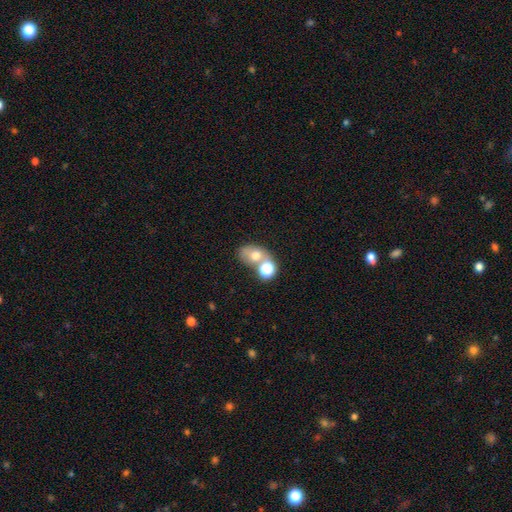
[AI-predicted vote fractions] A smooth galaxy with no disk features (65%) that is in between round and cigar-shaped (61%).

Vote fractions:
- Smooth or featured? smooth: 65% / featured or disk: 22% / star or artifact: 13%
- How rounded? in between: 61% / round: 38% / cigar-shaped: 1%
- Merging? merger: 52% / none: 33% / minor disturbance: 10% / major disturbance: 6%